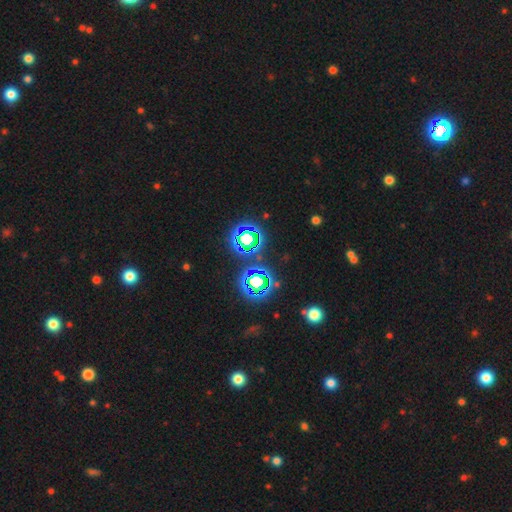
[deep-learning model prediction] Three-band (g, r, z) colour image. It shows a star or artifact, not a galaxy (73%).